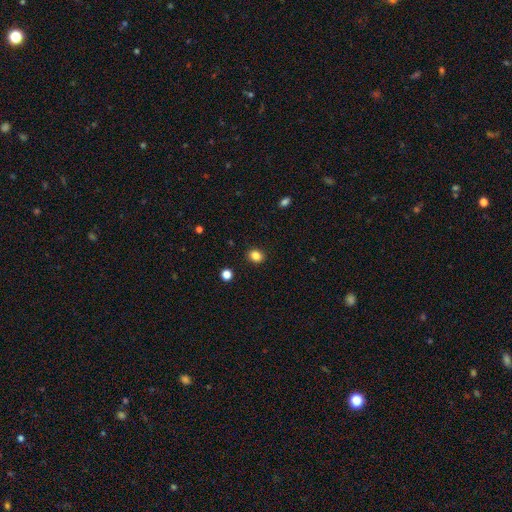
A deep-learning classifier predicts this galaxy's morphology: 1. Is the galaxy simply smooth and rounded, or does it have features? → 84% smooth, 11% star or artifact, 5% featured or disk.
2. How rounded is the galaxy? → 61% round, 38% in between, 1% cigar-shaped.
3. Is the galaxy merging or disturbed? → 90% none, 7% minor disturbance, 2% major disturbance, 1% merger.